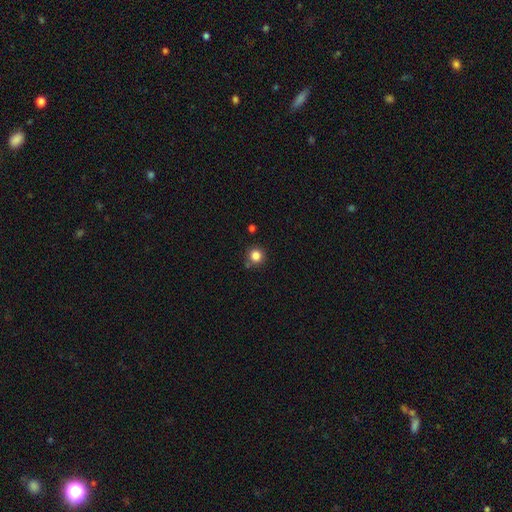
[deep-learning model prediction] A smooth galaxy with no disk features (84%) that is round (94%). Merging: none (83%).